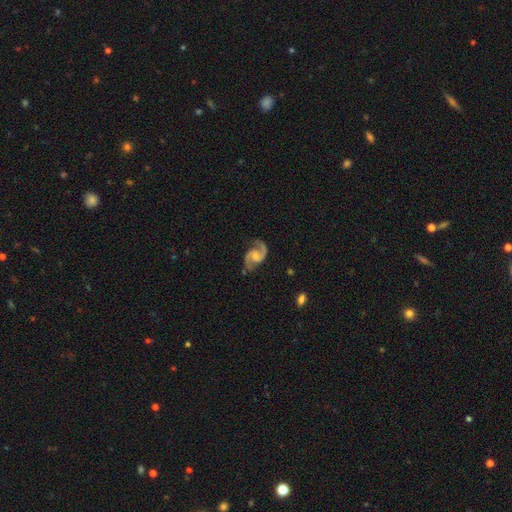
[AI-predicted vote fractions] This appears to be a featured or disk galaxy (91%) with no bar (46%), 2 (93%) medium (56%) spiral arms (98%) and a small central bulge (46%). Merging: none (76%).